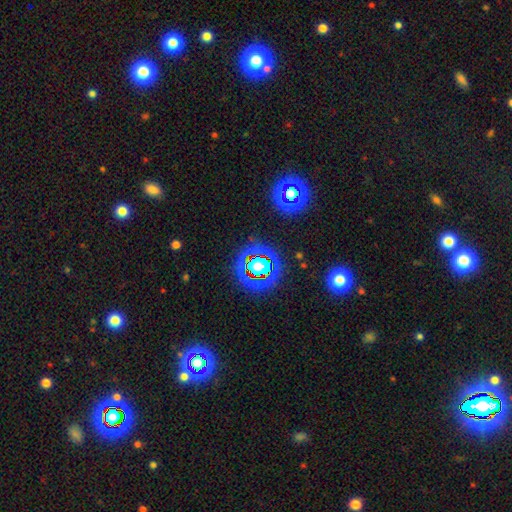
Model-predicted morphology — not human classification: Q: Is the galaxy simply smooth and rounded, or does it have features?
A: star or artifact — 77%.